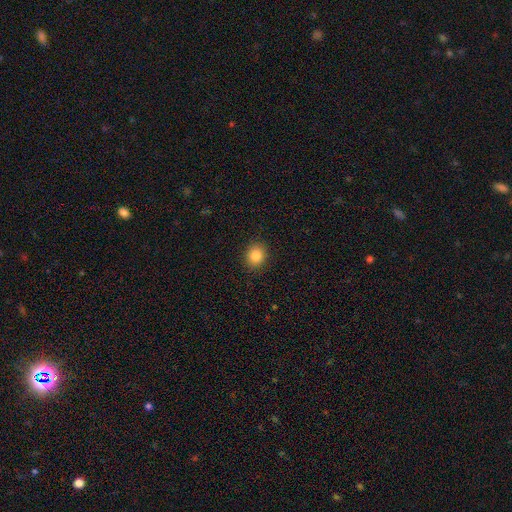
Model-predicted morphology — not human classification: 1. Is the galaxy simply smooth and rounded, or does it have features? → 85% smooth, 10% star or artifact, 5% featured or disk.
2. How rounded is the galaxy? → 72% round, 27% in between, 1% cigar-shaped.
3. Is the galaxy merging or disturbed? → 90% none, 7% minor disturbance, 2% major disturbance, 1% merger.